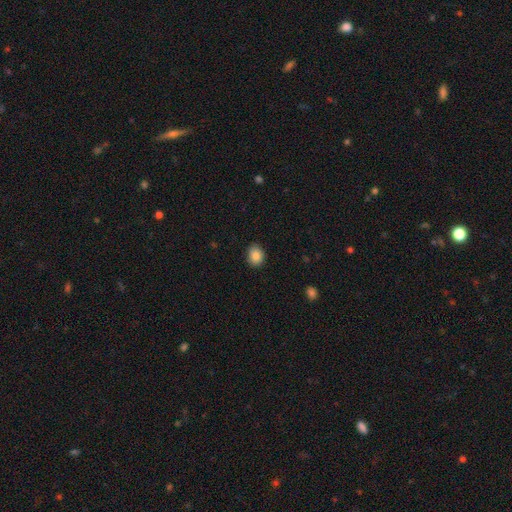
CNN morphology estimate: type=smooth (86%); roundness=round (51%); merging=none (87%).